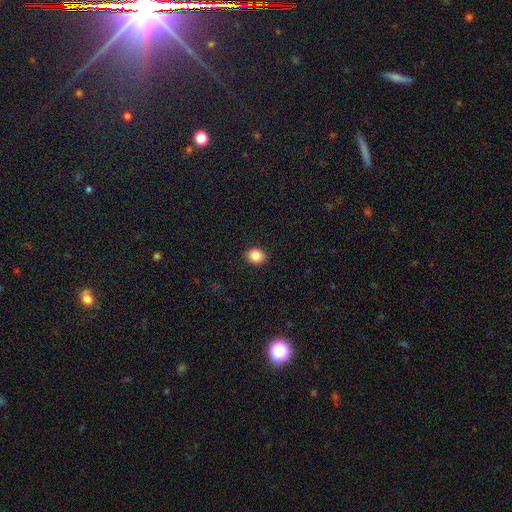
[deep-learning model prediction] Overall: smooth (86%). How rounded: round (51%; in between 48%). Merging: none (91%).